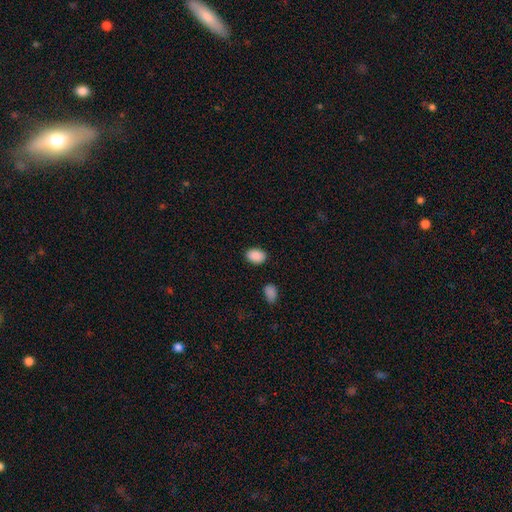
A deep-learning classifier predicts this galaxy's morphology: A smooth galaxy with no disk features (89%) that is in between round and cigar-shaped (79%).

Vote fractions:
- Smooth or featured? smooth: 89% / star or artifact: 7% / featured or disk: 3%
- How rounded? in between: 79% / round: 20% / cigar-shaped: 1%
- Merging? none: 86% / minor disturbance: 9% / major disturbance: 3% / merger: 2%